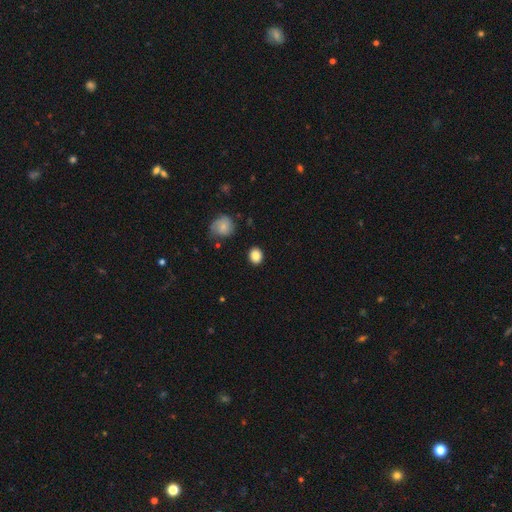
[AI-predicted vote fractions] This is clearly a smooth galaxy (86%). How rounded: likely round (64%). Merging: clearly none (89%).